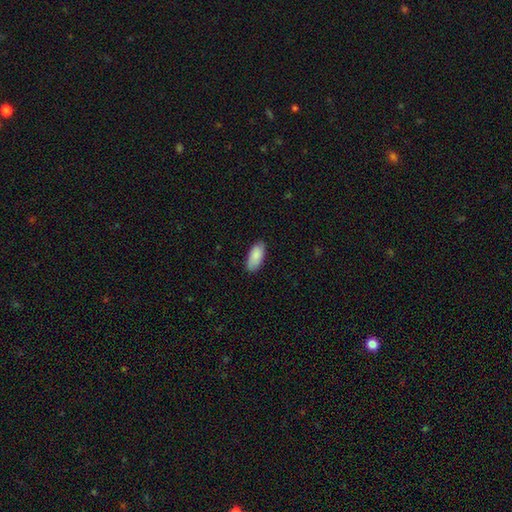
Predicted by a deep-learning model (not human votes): The model was most divided on "merging": none: 84%, minor disturbance: 13%, major disturbance: 2%, merger: 1%. More confident: how rounded — in between (89%); smooth or featured — smooth (89%).